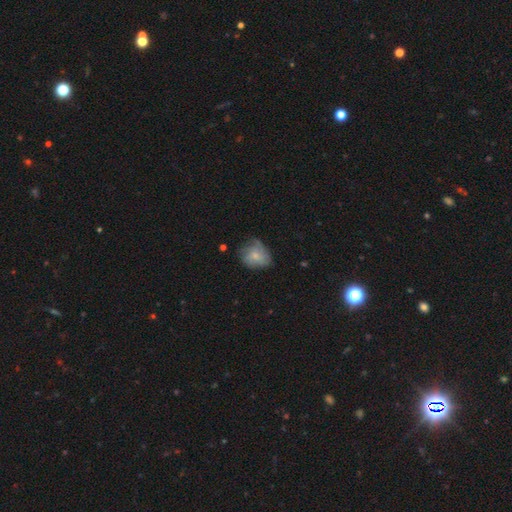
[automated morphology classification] type=smooth (57%); roundness=round (58%); merging=none (55%).